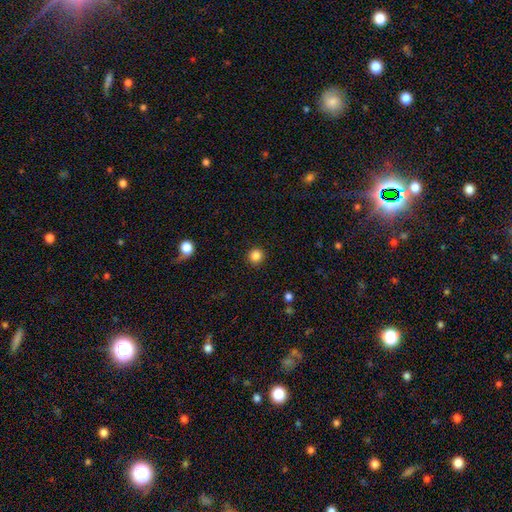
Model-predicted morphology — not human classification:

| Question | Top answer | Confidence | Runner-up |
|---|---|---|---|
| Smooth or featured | smooth | 86% | star or artifact (11%) |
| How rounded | round | 95% | in between (4%) |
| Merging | none | 92% | minor disturbance (5%) |